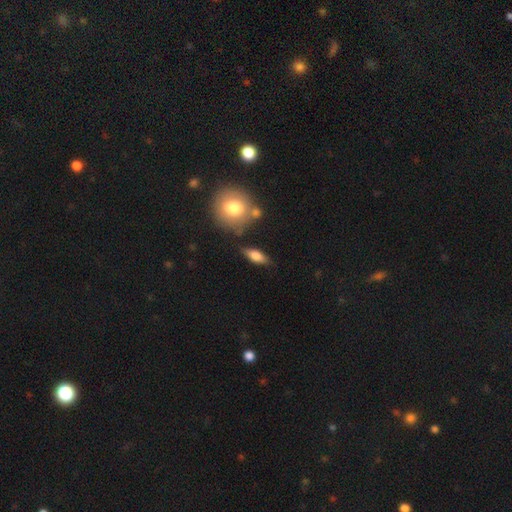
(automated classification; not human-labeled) Smooth or featured? Predicted: smooth (p=0.67). How rounded? Predicted: in between (p=0.67). Merging? Predicted: none (p=0.78).